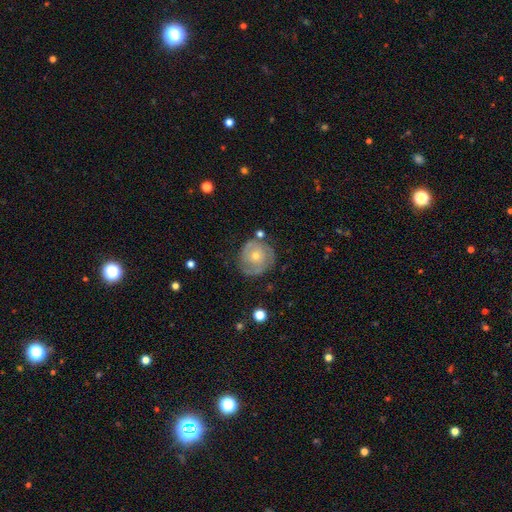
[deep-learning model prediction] A featured or disk galaxy (71%) with no bar (83%), 2 (40%) tight (70%) spiral arms (81%) and a moderate central bulge (48%, tied with small). Merging: none (73%).